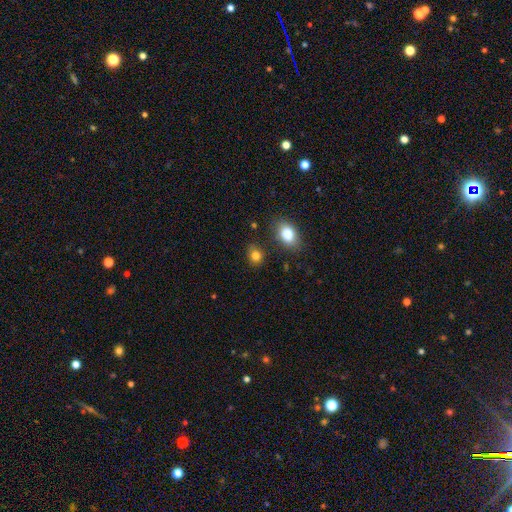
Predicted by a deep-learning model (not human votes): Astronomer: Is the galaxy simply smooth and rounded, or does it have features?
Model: smooth — 81%.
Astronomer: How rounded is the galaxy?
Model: round — 58% (runner-up: in between, 41%).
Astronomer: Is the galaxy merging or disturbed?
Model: none — 72%.